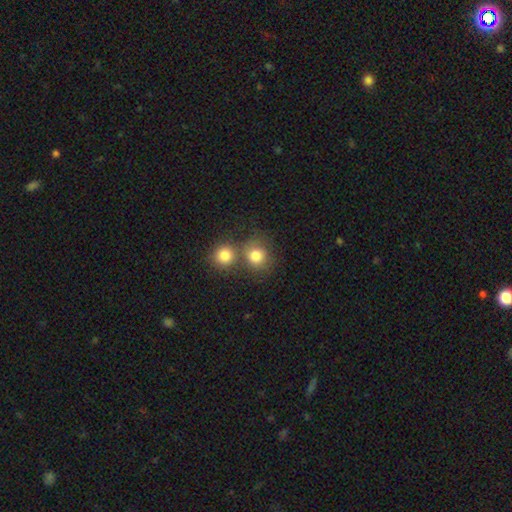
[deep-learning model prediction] Smooth or featured: smooth — 81% (star or artifact — 11%)
How rounded: round — 83% (in between — 16%)
Merging: none — 49% (merger — 39%)